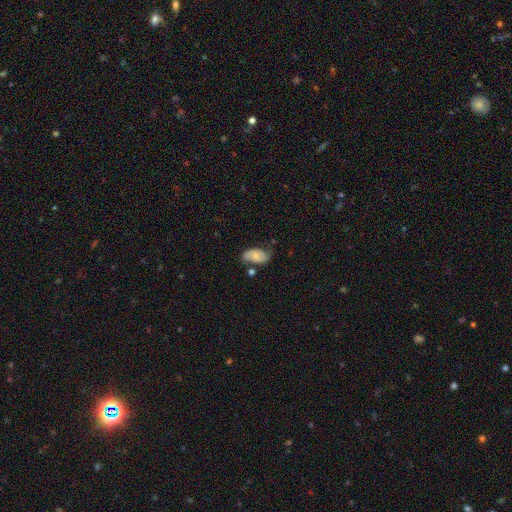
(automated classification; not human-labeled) Smooth or featured? Predicted: featured or disk (p=0.47). Merging? Predicted: none (p=0.57).